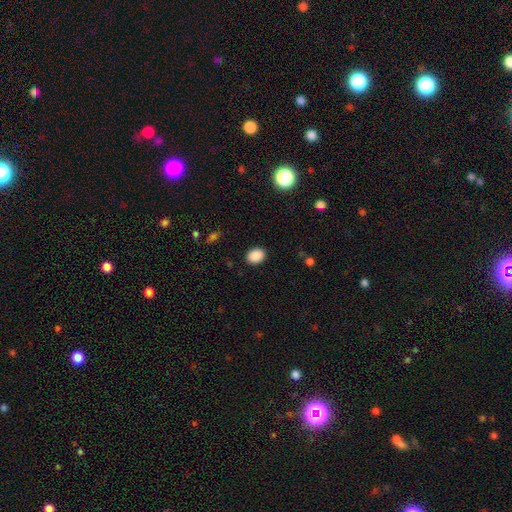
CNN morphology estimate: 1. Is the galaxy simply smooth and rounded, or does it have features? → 89% smooth, 8% star or artifact, 3% featured or disk.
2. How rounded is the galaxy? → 65% in between, 34% round, 1% cigar-shaped.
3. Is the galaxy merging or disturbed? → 89% none, 8% minor disturbance, 2% major disturbance, 1% merger.